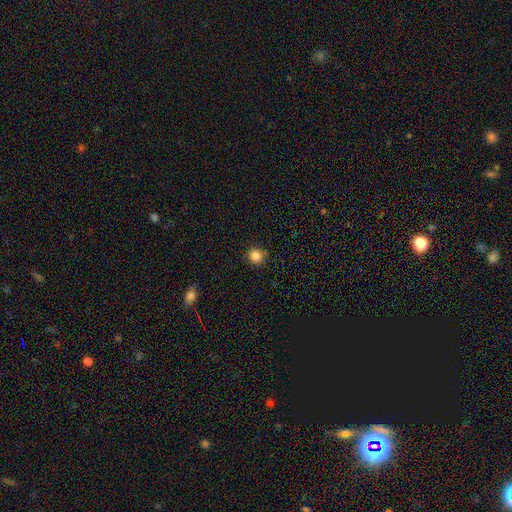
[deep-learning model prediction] A smooth galaxy with no disk features (85%) that is round (90%).

Vote fractions:
- Smooth or featured? smooth: 85% / star or artifact: 11% / featured or disk: 3%
- How rounded? round: 90% / in between: 9% / cigar-shaped: 1%
- Merging? none: 89% / minor disturbance: 7% / major disturbance: 2% / merger: 2%